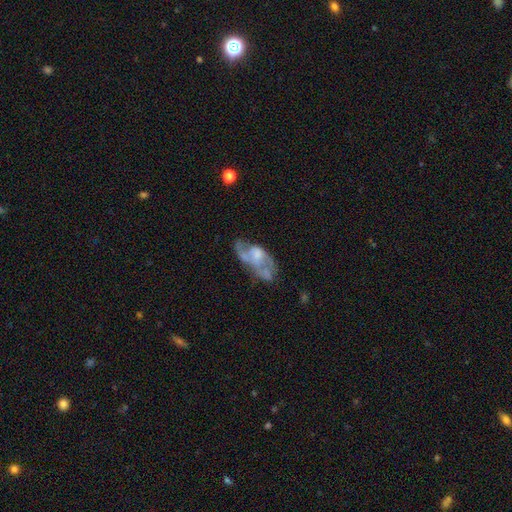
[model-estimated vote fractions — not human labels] featured or disk 63%, smooth 29%, star or artifact 8%. Down the decision tree: edge-on disk — no (93%); bar — no (70%); spiral arms — no (51%); bulge size — moderate (31%); merging — none (40%).